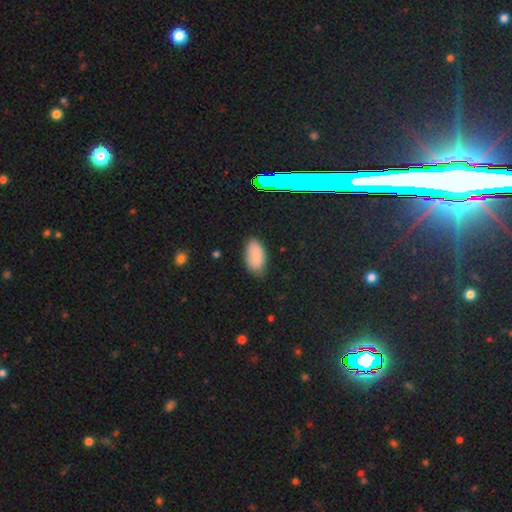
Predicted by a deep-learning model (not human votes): The model was most divided on "merging": none: 75%, minor disturbance: 20%, major disturbance: 4%, merger: 1%. More confident: how rounded — in between (94%); smooth or featured — smooth (81%).